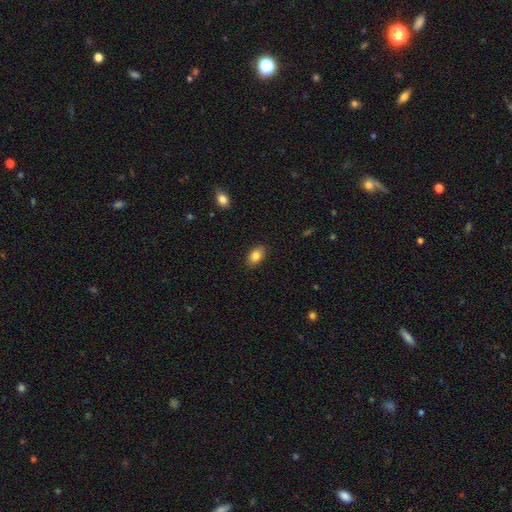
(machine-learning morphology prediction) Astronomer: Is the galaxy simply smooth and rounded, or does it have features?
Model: smooth — 84%.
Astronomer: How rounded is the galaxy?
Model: in between — 89%.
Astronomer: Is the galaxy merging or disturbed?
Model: none — 88%.